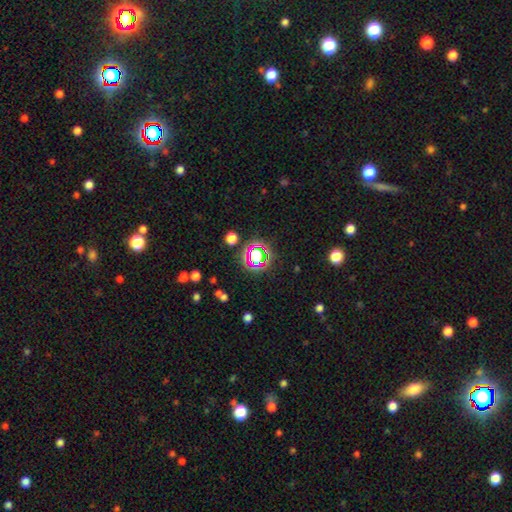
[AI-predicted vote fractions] Q: Smooth or featured?
A: star or artifact (56%); runner-up: smooth (31%)